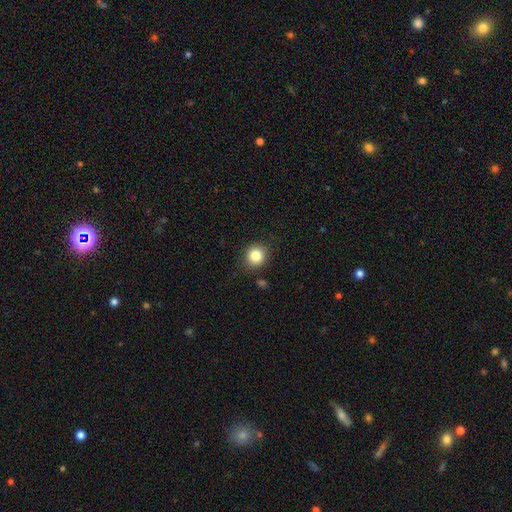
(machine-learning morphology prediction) smooth-or-featured: smooth: 83% | star or artifact: 11% | featured or disk: 6%
  how-rounded: round: 87% | in between: 12% | cigar-shaped: 1%
  merging: none: 86% | minor disturbance: 9% | major disturbance: 3% | merger: 2%